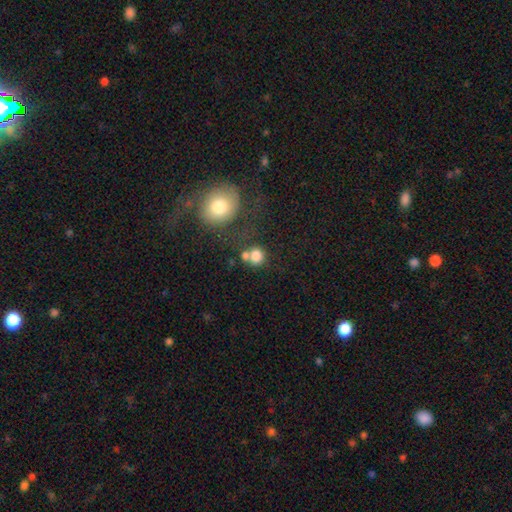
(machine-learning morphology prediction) Smooth or featured: smooth — 80% (star or artifact — 11%)
How rounded: round — 82% (in between — 17%)
Merging: none — 52% (merger — 29%)